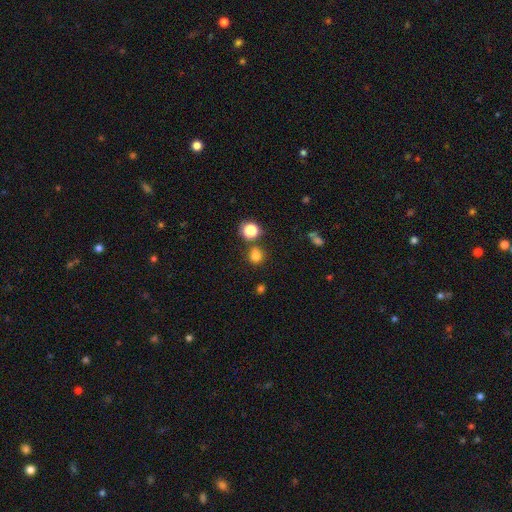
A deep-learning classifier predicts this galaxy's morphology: Smooth or featured?
  - smooth: 76% *
  - star or artifact: 18%
  - featured or disk: 6%
How rounded?
  - round: 89% *
  - in between: 10%
  - cigar-shaped: 1%
Merging?
  - none: 75% *
  - merger: 13%
  - minor disturbance: 9%
  - major disturbance: 3%